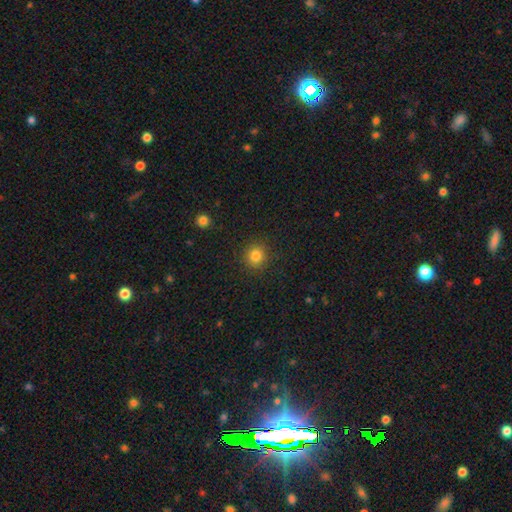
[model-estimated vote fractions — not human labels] smooth-or-featured: smooth: 82% | star or artifact: 12% | featured or disk: 5%
  how-rounded: round: 89% | in between: 10% | cigar-shaped: 1%
  merging: none: 89% | minor disturbance: 7% | major disturbance: 3% | merger: 1%